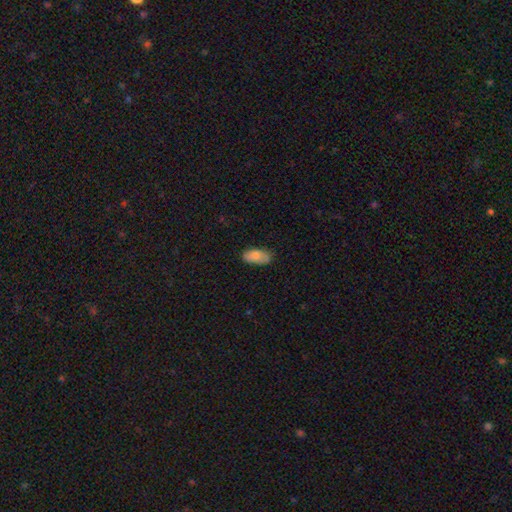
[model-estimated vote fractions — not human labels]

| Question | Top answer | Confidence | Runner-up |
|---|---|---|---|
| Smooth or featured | smooth | 81% | featured or disk (13%) |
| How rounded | in between | 93% | cigar-shaped (4%) |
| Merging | none | 76% | minor disturbance (20%) |